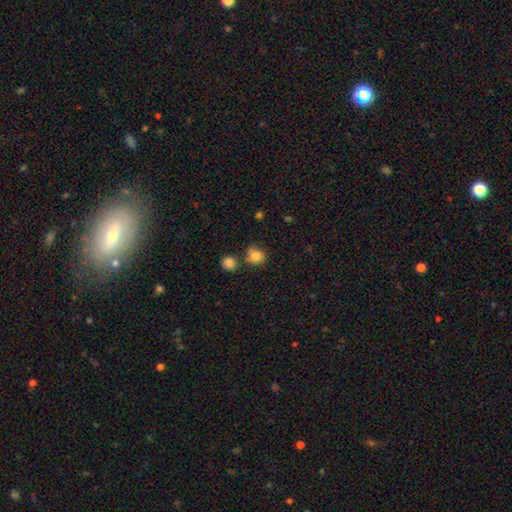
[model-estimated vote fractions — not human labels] Smooth or featured? smooth (82%)
How rounded? round (82%)
Merging? none (70%)